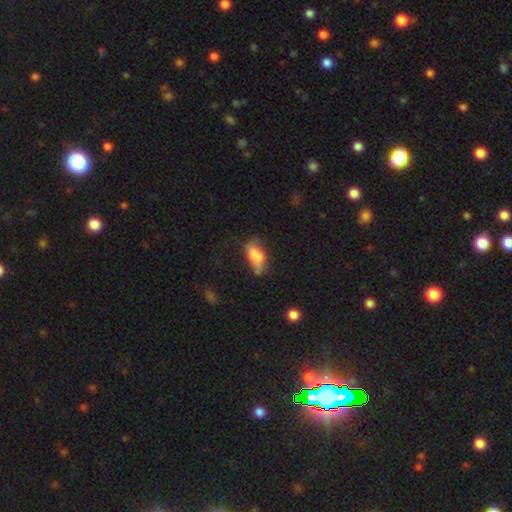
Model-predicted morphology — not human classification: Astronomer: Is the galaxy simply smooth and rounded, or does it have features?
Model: smooth — 65%.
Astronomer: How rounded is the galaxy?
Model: in between — 81%.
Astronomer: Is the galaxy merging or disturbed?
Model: none — 36% (runner-up: minor disturbance, 31%).